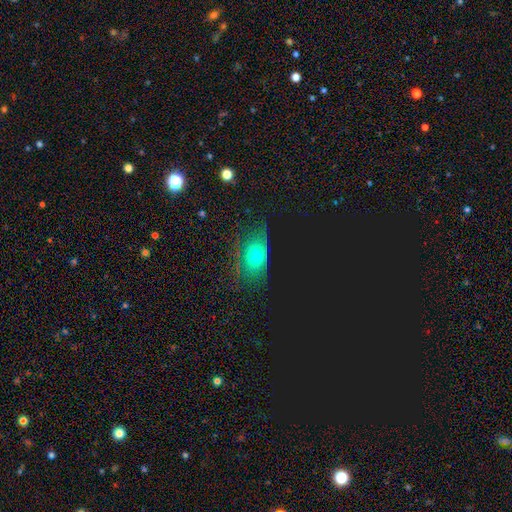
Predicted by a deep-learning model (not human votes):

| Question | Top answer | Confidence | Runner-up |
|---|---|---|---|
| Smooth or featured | smooth | 57% | star or artifact (28%) |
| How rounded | in between | 71% | round (24%) |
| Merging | none | 66% | minor disturbance (21%) |